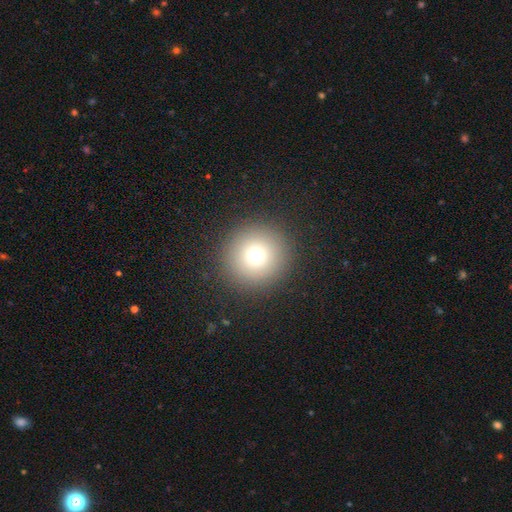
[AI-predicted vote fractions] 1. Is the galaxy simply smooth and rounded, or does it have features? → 74% smooth, 16% star or artifact, 10% featured or disk.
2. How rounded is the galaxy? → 95% round, 4% in between, 1% cigar-shaped.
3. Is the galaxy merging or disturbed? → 91% none, 5% minor disturbance, 3% major disturbance, 1% merger.